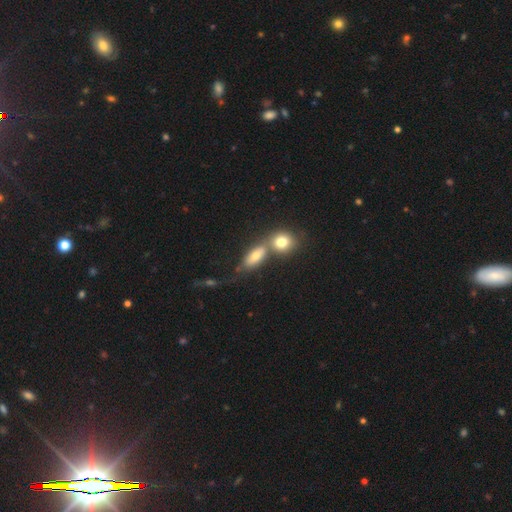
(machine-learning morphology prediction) Q: Smooth or featured?
A: smooth (72%); runner-up: featured or disk (18%)
Q: How rounded?
A: in between (74%); runner-up: round (15%)
Q: Merging?
A: merger (50%); runner-up: none (35%)